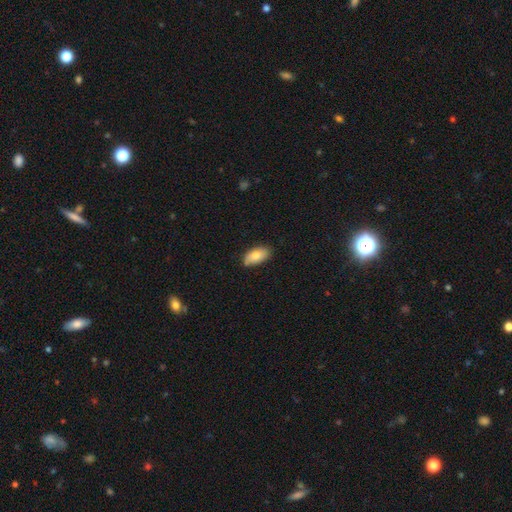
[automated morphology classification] A smooth galaxy with no disk features (80%) that is in between round and cigar-shaped (93%).

Vote fractions:
- Smooth or featured? smooth: 80% / featured or disk: 13% / star or artifact: 7%
- How rounded? in between: 93% / cigar-shaped: 4% / round: 3%
- Merging? none: 79% / minor disturbance: 17% / major disturbance: 2% / merger: 1%